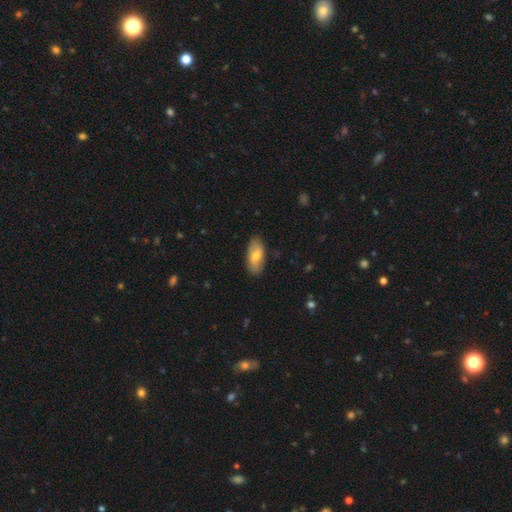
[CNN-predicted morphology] Smooth or featured? Predicted: smooth (p=0.73). How rounded? Predicted: in between (p=0.88). Merging? Predicted: none (p=0.85).